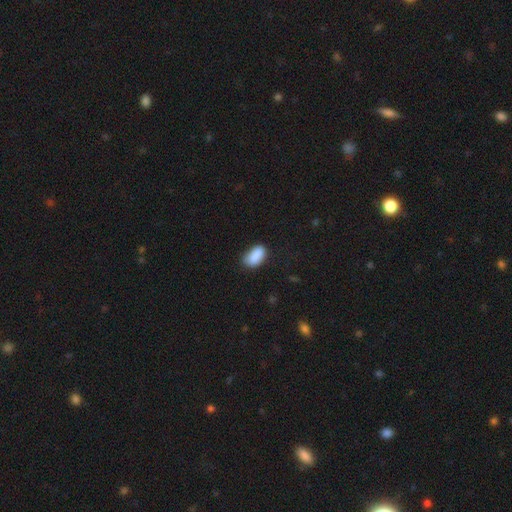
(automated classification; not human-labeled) A smooth galaxy with no disk features (89%) that is in between round and cigar-shaped (92%). Merging: none (71%).